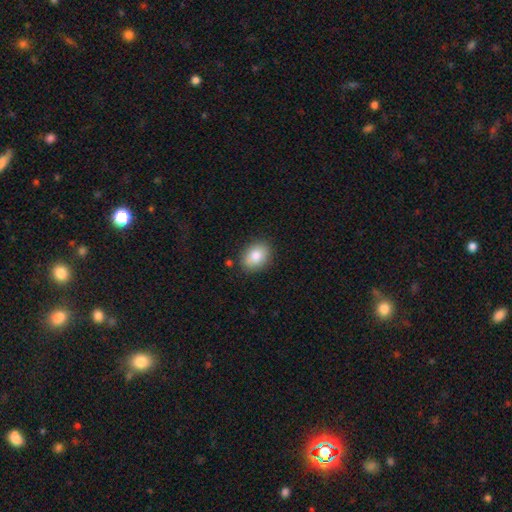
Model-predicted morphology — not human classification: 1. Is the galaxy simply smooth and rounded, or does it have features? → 83% smooth, 9% featured or disk, 8% star or artifact.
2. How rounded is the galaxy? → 70% in between, 29% round, 1% cigar-shaped.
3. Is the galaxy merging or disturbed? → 84% none, 11% minor disturbance, 3% major disturbance, 2% merger.